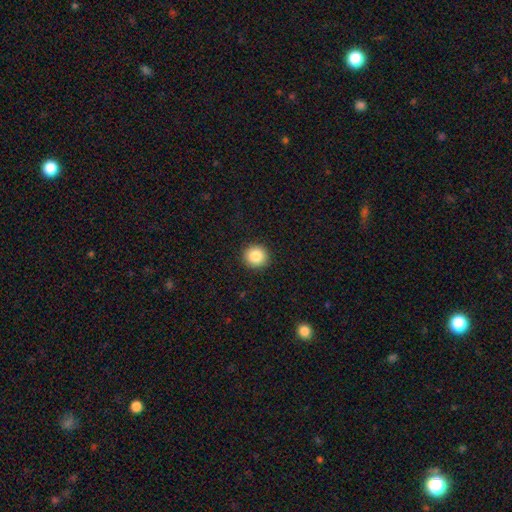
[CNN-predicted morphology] Smooth or featured? smooth (85%)
How rounded? round (93%)
Merging? none (93%)